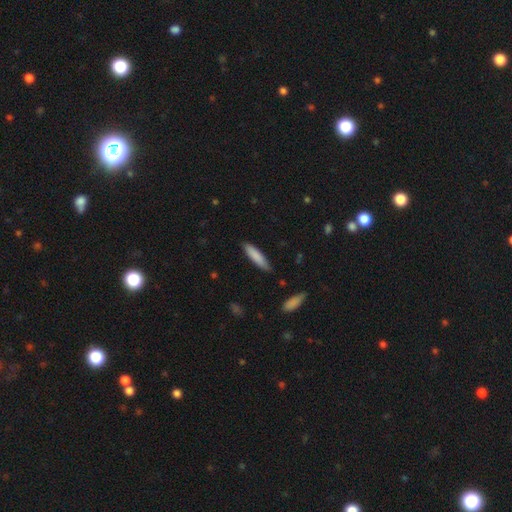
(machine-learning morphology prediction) Q: Smooth or featured?
A: smooth (84%); runner-up: featured or disk (10%)
Q: How rounded?
A: cigar-shaped (79%); runner-up: in between (20%)
Q: Merging?
A: none (85%); runner-up: minor disturbance (12%)